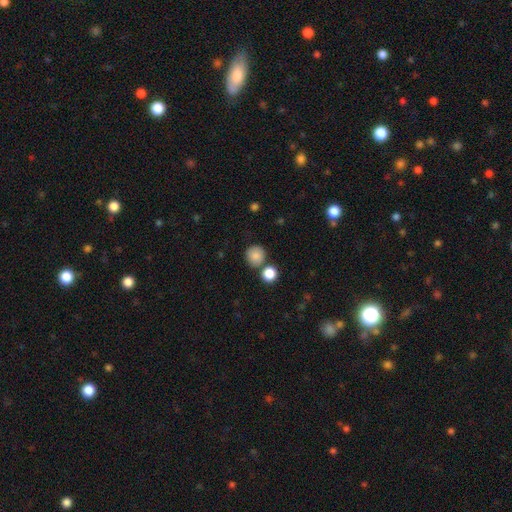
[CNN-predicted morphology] smooth_or_featured: smooth (p=0.86) [alt: star or artifact p=0.10]
how_rounded: round (p=0.92) [alt: in between p=0.07]
merging: none (p=0.74) [alt: merger p=0.15]